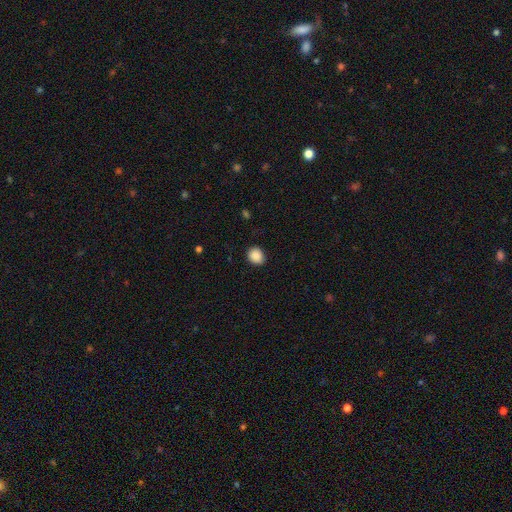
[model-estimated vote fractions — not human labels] Smooth or featured: smooth — 89% (star or artifact — 8%)
How rounded: round — 68% (in between — 31%)
Merging: none — 86% (minor disturbance — 10%)